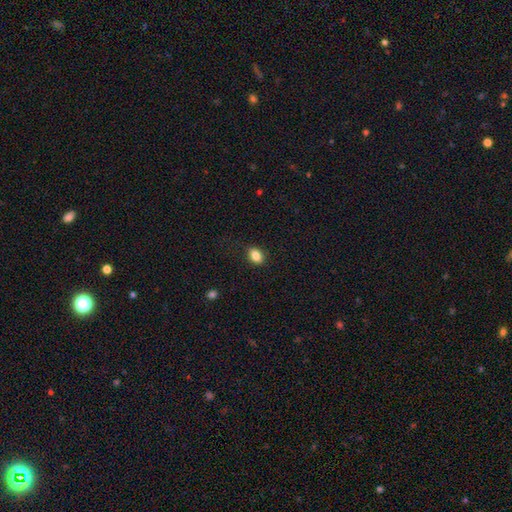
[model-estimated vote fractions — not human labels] smooth_or_featured: smooth (p=0.85) [alt: star or artifact p=0.09]
how_rounded: in between (p=0.73) [alt: round p=0.26]
merging: none (p=0.86) [alt: minor disturbance p=0.11]